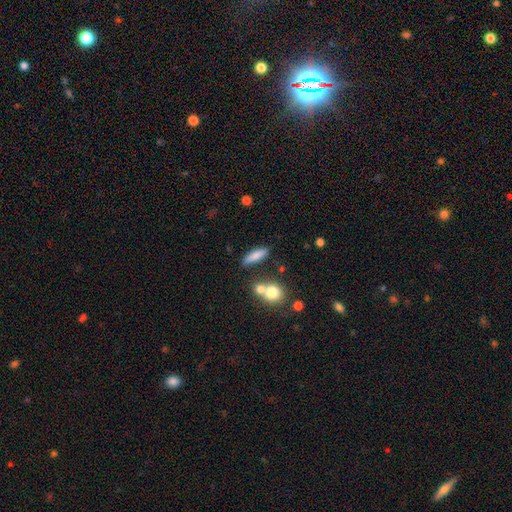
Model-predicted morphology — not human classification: type=smooth (77%); roundness=cigar-shaped (54%); merging=none (68%).